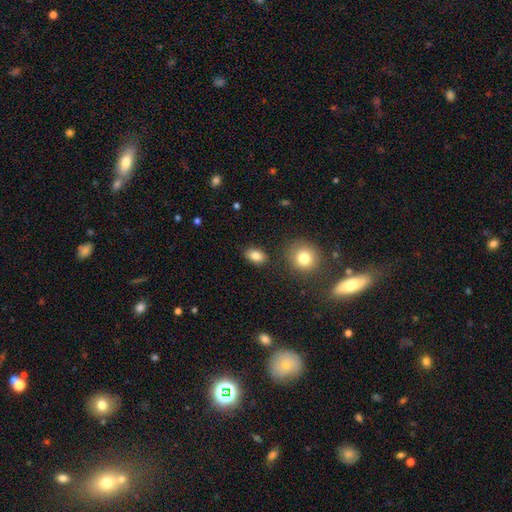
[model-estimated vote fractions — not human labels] A smooth galaxy with no disk features (84%) that is in between round and cigar-shaped (85%). Merging: none (85%).